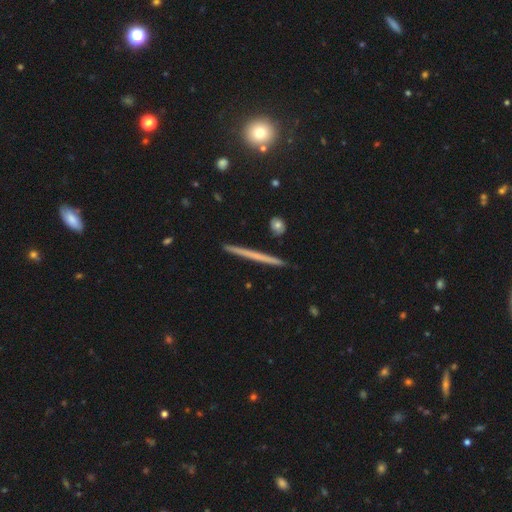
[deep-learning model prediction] smooth-or-featured: featured or disk: 50% | smooth: 43% | star or artifact: 7%
  disk-edge-on: yes: 97% | no: 3%
  merging: none: 92% | minor disturbance: 6% | merger: 1% | major disturbance: 1%